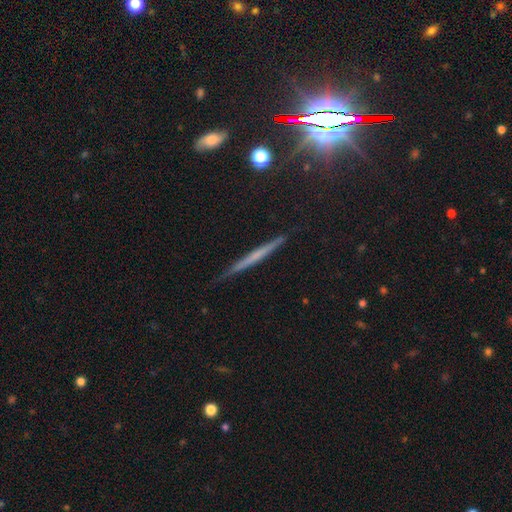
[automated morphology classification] Smooth or featured? featured or disk (52%)
Edge-on disk? yes (97%)
Merging? none (87%)